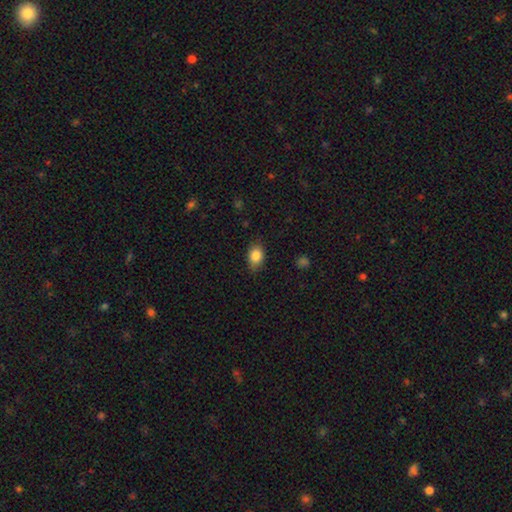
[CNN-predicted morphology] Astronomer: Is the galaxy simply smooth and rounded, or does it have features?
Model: smooth — 85%.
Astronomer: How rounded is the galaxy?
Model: in between — 76%.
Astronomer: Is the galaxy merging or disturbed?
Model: none — 80%.